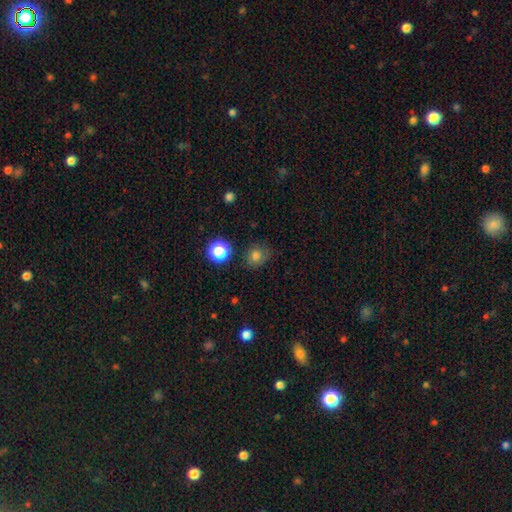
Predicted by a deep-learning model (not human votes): Q: Smooth or featured?
A: smooth (76%); runner-up: star or artifact (17%)
Q: How rounded?
A: round (78%); runner-up: in between (21%)
Q: Merging?
A: none (72%); runner-up: minor disturbance (20%)